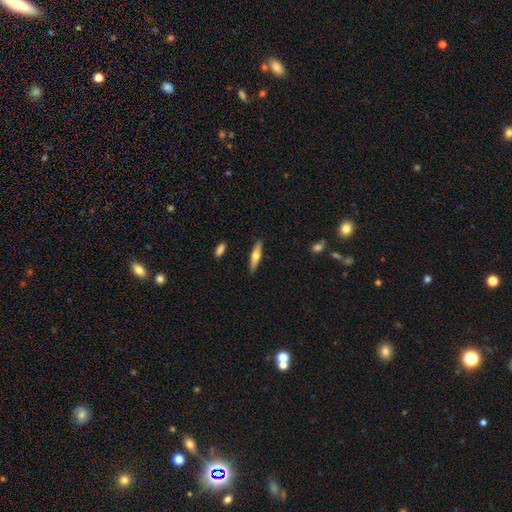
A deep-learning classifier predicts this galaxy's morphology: type=smooth (50%); roundness=cigar-shaped (73%); merging=none (88%).